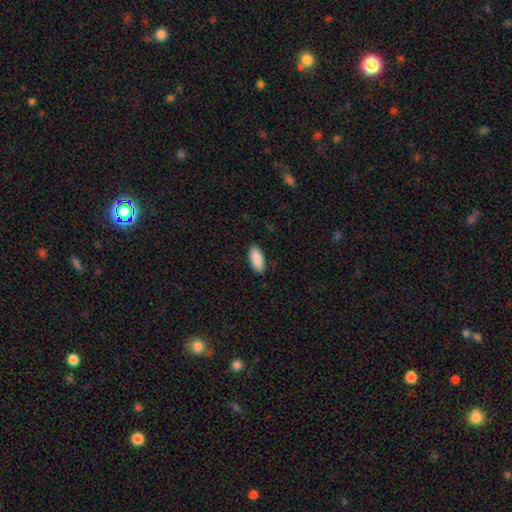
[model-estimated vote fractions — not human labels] Smooth or featured: smooth — 90% (star or artifact — 6%)
How rounded: in between — 88% (cigar-shaped — 11%)
Merging: none — 88% (minor disturbance — 10%)